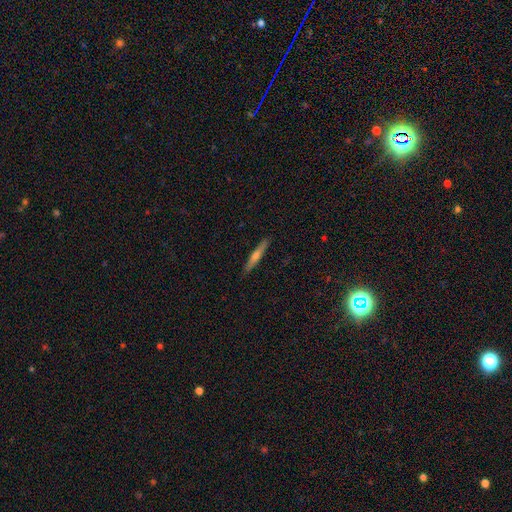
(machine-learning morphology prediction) Overall: featured or disk (51%; smooth 43%). Edge-on disk: yes (96%). Merging: none (91%).